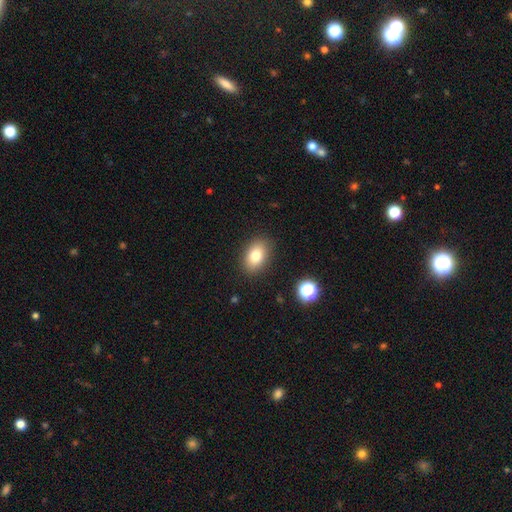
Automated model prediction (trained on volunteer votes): Smooth or featured? Predicted: smooth (p=0.80). How rounded? Predicted: in between (p=0.84). Merging? Predicted: none (p=0.87).